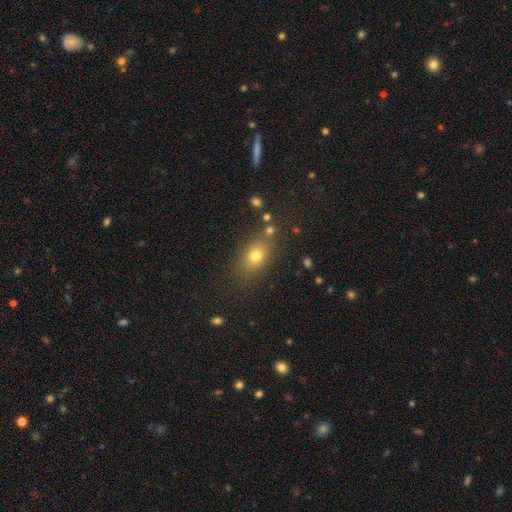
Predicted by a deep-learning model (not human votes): A smooth galaxy with no disk features (73%) that is in between round and cigar-shaped (66%). Merging: none (75%).